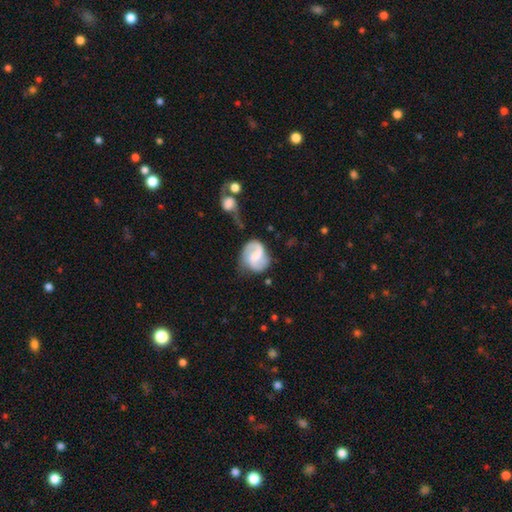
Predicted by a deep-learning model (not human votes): Q: Smooth or featured?
A: featured or disk (74%); runner-up: smooth (20%)
Q: Edge-on disk?
A: no (98%); runner-up: yes (2%)
Q: Bar?
A: weak (50%); runner-up: no (30%)
Q: Spiral arms?
A: yes (93%); runner-up: no (7%)
Q: Spiral winding?
A: medium (46%); runner-up: loose (35%)
Q: Spiral arm count?
A: 2 (85%); runner-up: can't tell (6%)
Q: Bulge size?
A: moderate (34%); runner-up: small (29%)
Q: Merging?
A: none (62%); runner-up: minor disturbance (21%)